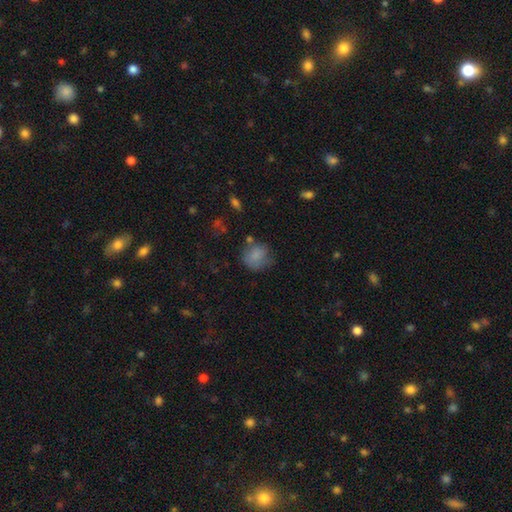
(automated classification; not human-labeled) Morphology: type=smooth (79%); roundness=round (77%); merging=none (56%).